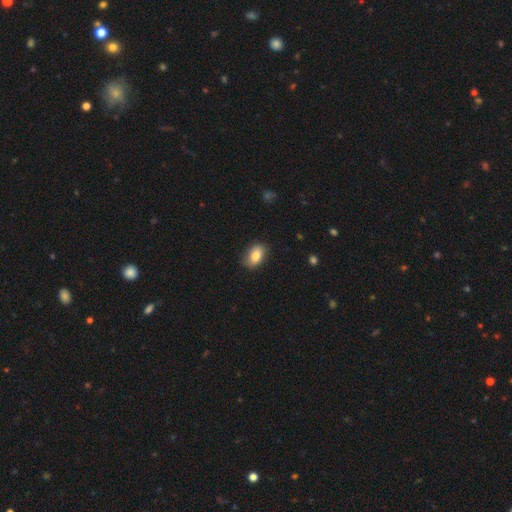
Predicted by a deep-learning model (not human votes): This is clearly a smooth galaxy (83%). How rounded: clearly in between (86%). Merging: clearly none (84%).